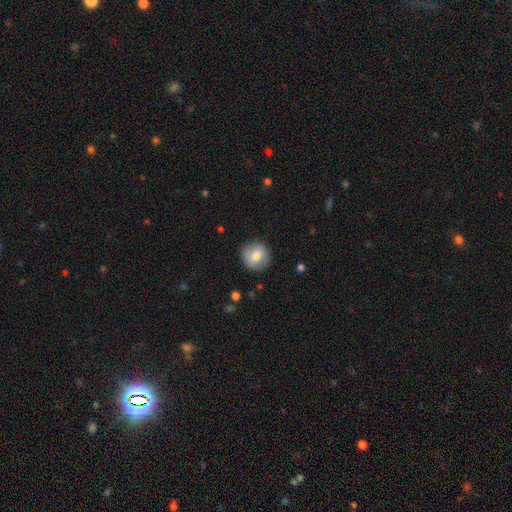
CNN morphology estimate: Smooth or featured?
  - smooth: 77% *
  - featured or disk: 16%
  - star or artifact: 7%
How rounded?
  - round: 91% *
  - in between: 8%
  - cigar-shaped: 1%
Merging?
  - none: 88% *
  - minor disturbance: 9%
  - major disturbance: 3%
  - merger: 1%